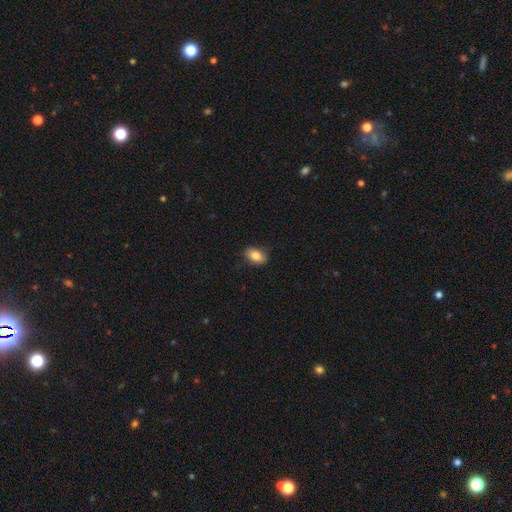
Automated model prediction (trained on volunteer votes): A smooth galaxy with no disk features (81%) that is in between round and cigar-shaped (85%).

Vote fractions:
- Smooth or featured? smooth: 81% / featured or disk: 11% / star or artifact: 8%
- How rounded? in between: 85% / round: 13% / cigar-shaped: 2%
- Merging? none: 82% / minor disturbance: 14% / major disturbance: 3% / merger: 1%